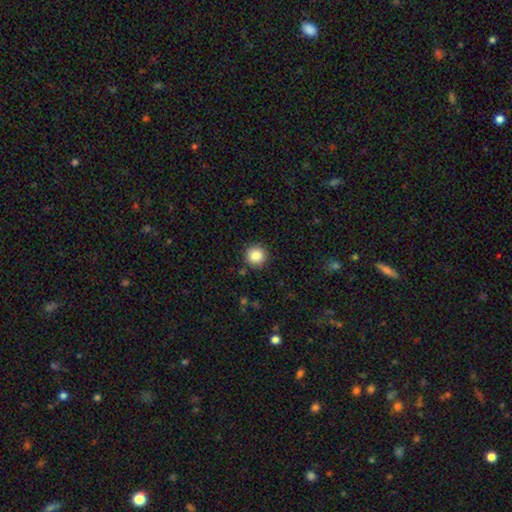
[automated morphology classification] Smooth or featured?
  - smooth: 86% *
  - star or artifact: 9%
  - featured or disk: 5%
How rounded?
  - round: 95% *
  - in between: 4%
  - cigar-shaped: 1%
Merging?
  - none: 90% *
  - minor disturbance: 6%
  - major disturbance: 2%
  - merger: 1%